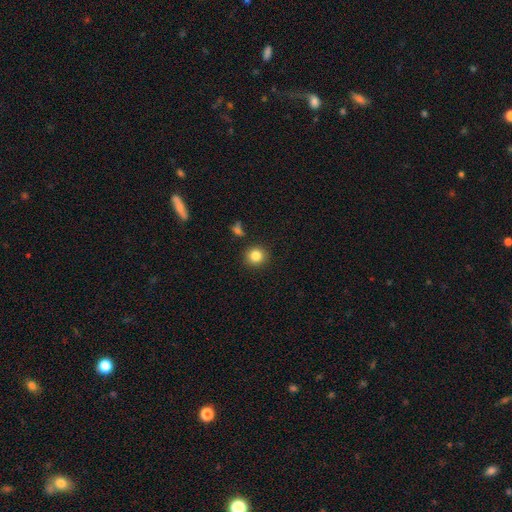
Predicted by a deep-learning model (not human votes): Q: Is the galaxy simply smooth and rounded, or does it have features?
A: smooth — 84%.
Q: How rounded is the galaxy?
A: round — 91%.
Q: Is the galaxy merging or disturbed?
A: none — 88%.